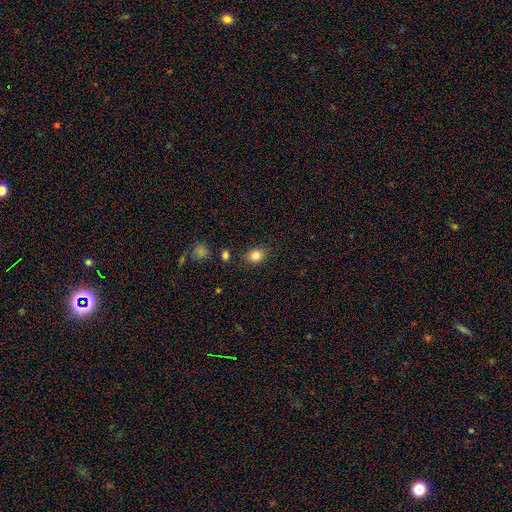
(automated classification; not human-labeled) smooth_or_featured: smooth (p=0.84) [alt: star or artifact p=0.10]
how_rounded: in between (p=0.55) [alt: round p=0.44]
merging: none (p=0.84) [alt: minor disturbance p=0.11]